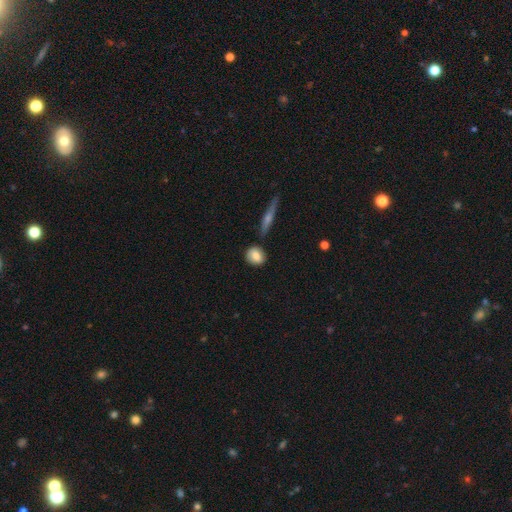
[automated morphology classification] Smooth or featured: smooth — 80% (featured or disk — 12%)
How rounded: round — 58% (in between — 38%)
Merging: none — 79% (minor disturbance — 12%)